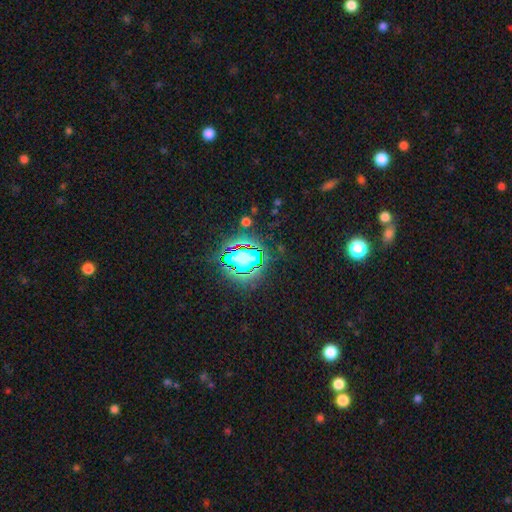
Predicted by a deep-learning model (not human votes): Q: Smooth or featured?
A: star or artifact (78%); runner-up: smooth (13%)